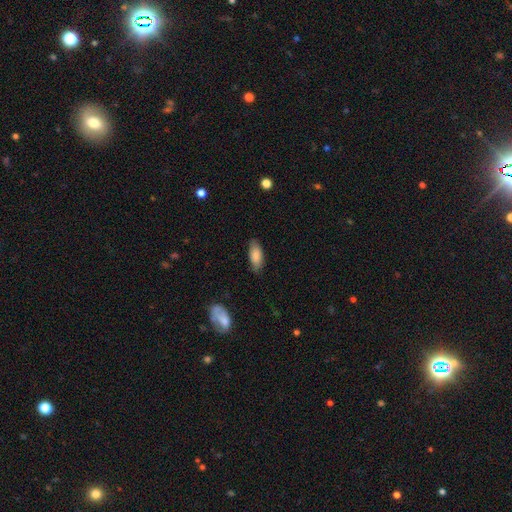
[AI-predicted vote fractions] smooth-or-featured: smooth: 84% | featured or disk: 10% | star or artifact: 6%
  how-rounded: in between: 81% | cigar-shaped: 17% | round: 2%
  merging: none: 82% | minor disturbance: 15% | major disturbance: 3% | merger: 1%